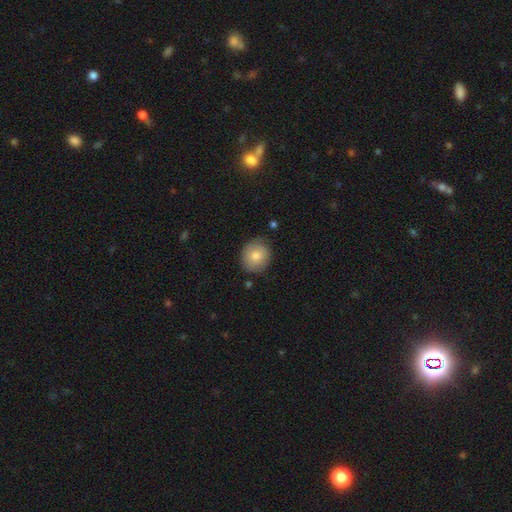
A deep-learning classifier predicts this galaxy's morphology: This is likely a smooth galaxy (78%). How rounded: clearly round (84%). Merging: clearly none (81%).